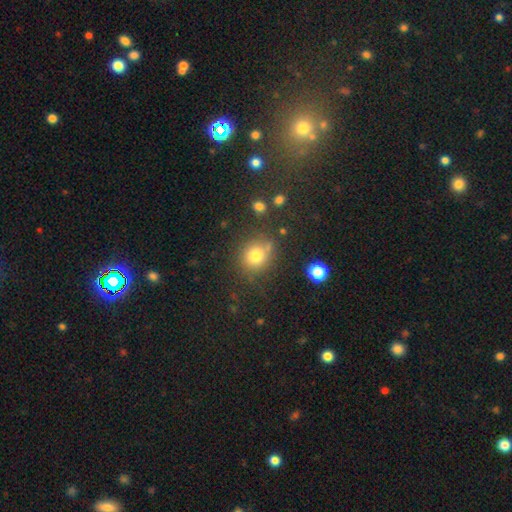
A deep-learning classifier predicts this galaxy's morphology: smooth-or-featured: smooth: 77% | star or artifact: 14% | featured or disk: 9%
  how-rounded: round: 78% | in between: 21% | cigar-shaped: 1%
  merging: none: 73% | minor disturbance: 16% | merger: 6% | major disturbance: 6%